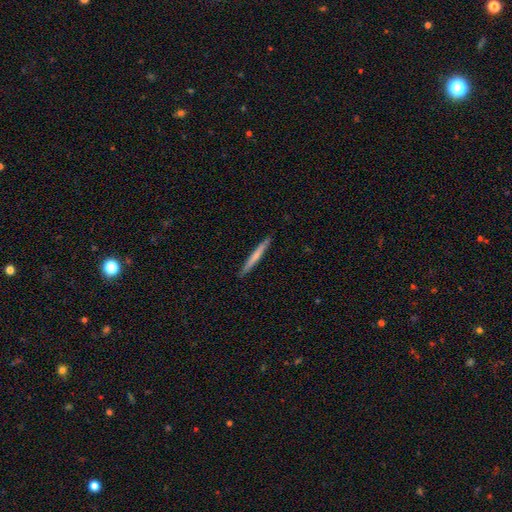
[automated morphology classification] Q: Smooth or featured?
A: smooth (59%); runner-up: featured or disk (36%)
Q: How rounded?
A: cigar-shaped (97%); runner-up: in between (2%)
Q: Merging?
A: none (91%); runner-up: minor disturbance (7%)